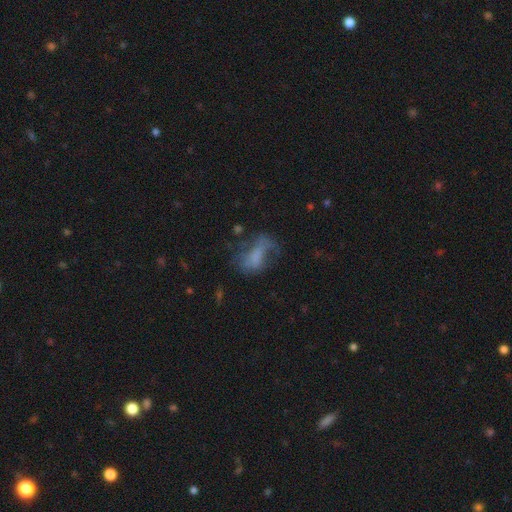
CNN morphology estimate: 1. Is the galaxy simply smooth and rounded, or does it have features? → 44% smooth, 42% featured or disk, 15% star or artifact.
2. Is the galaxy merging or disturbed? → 40% major disturbance, 32% none, 22% minor disturbance, 5% merger.